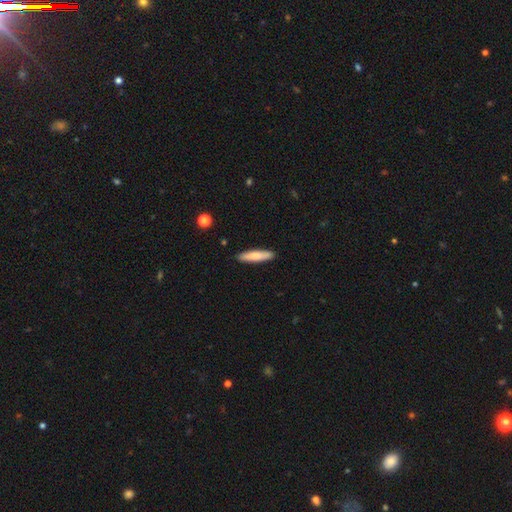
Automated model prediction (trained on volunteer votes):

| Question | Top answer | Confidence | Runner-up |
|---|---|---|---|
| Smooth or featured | smooth | 79% | featured or disk (16%) |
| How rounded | cigar-shaped | 83% | in between (16%) |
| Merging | none | 90% | minor disturbance (7%) |